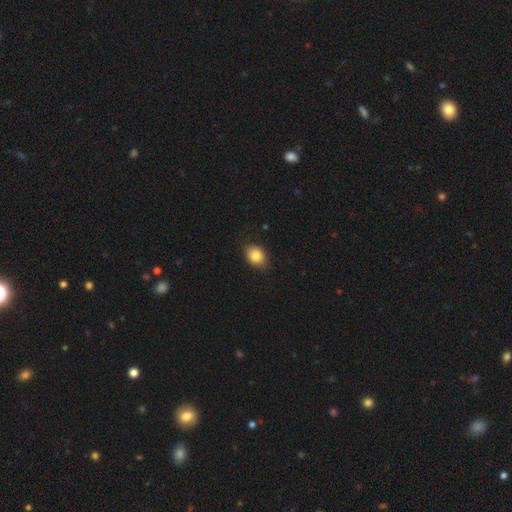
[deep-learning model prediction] A smooth galaxy with no disk features (84%) that is in between round and cigar-shaped (59%).

Vote fractions:
- Smooth or featured? smooth: 84% / star or artifact: 8% / featured or disk: 7%
- How rounded? in between: 59% / round: 39% / cigar-shaped: 1%
- Merging? none: 80% / minor disturbance: 17% / major disturbance: 3% / merger: 1%